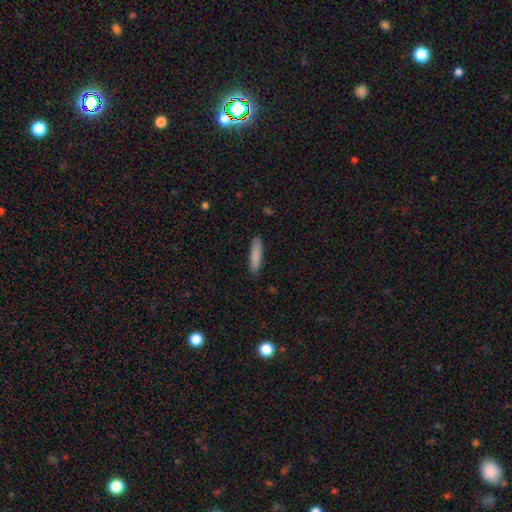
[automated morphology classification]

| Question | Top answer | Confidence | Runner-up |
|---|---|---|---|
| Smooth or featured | smooth | 86% | featured or disk (8%) |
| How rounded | cigar-shaped | 77% | in between (22%) |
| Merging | none | 88% | minor disturbance (9%) |